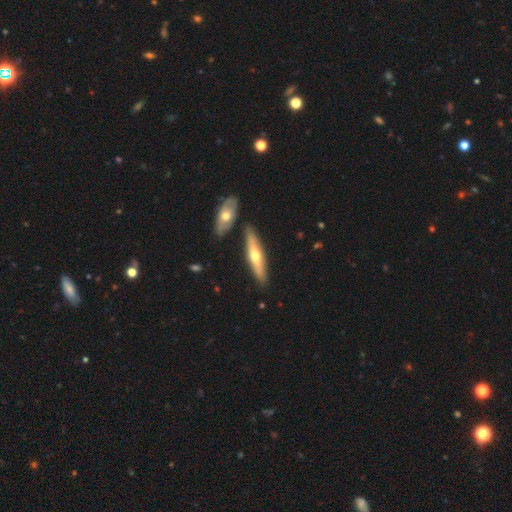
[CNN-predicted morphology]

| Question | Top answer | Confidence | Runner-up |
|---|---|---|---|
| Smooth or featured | featured or disk | 53% | smooth (41%) |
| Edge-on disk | yes | 86% | no (14%) |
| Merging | none | 84% | minor disturbance (9%) |